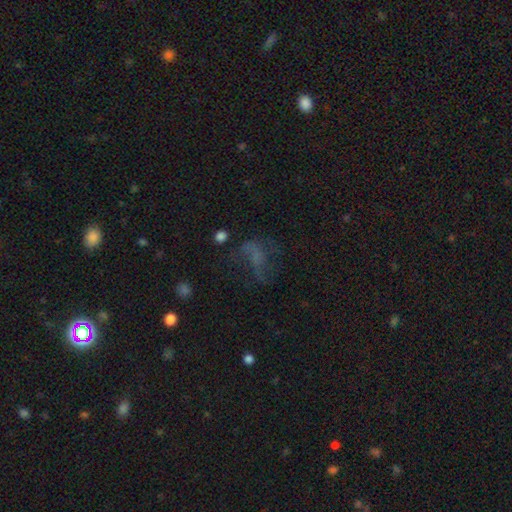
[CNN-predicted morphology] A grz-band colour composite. It shows a smooth galaxy with no disk features (36%, tied with featured or disk). Merging: none (39%, tied with major disturbance).